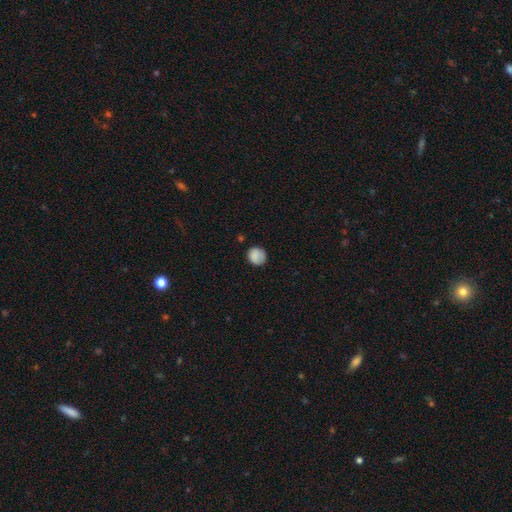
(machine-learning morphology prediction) smooth-or-featured: smooth: 85% | star or artifact: 8% | featured or disk: 7%
  how-rounded: round: 83% | in between: 16% | cigar-shaped: 1%
  merging: none: 76% | minor disturbance: 18% | major disturbance: 4% | merger: 2%